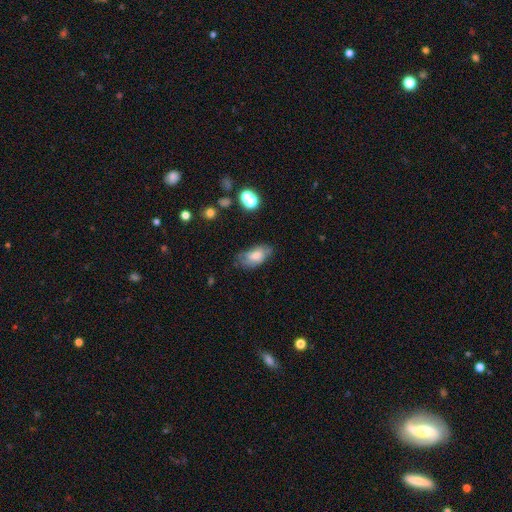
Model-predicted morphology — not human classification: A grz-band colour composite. It shows a smooth galaxy with no disk features (62%) that is in between round and cigar-shaped (91%). Merging: none (54%).